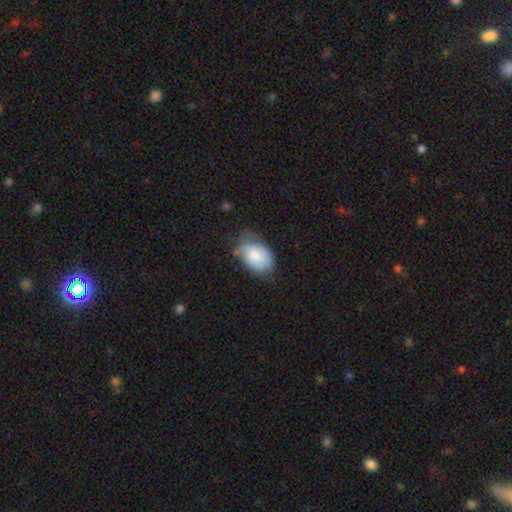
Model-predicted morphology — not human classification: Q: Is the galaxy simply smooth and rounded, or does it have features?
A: smooth — 69%.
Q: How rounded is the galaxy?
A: in between — 86%.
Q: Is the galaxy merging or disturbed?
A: minor disturbance — 41%.